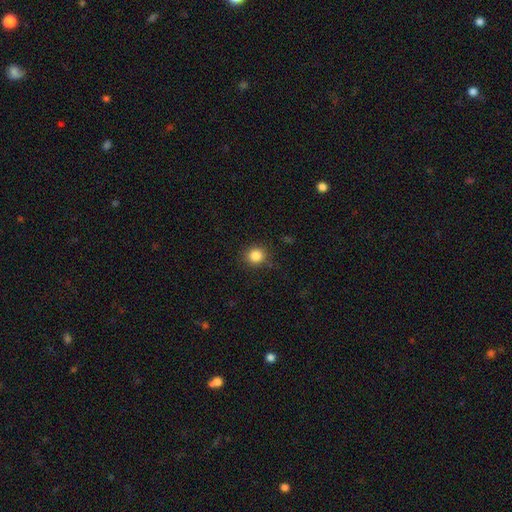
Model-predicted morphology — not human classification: A smooth galaxy with no disk features (85%) that is round (88%).

Vote fractions:
- Smooth or featured? smooth: 85% / star or artifact: 11% / featured or disk: 4%
- How rounded? round: 88% / in between: 11% / cigar-shaped: 1%
- Merging? none: 88% / minor disturbance: 8% / major disturbance: 3% / merger: 1%